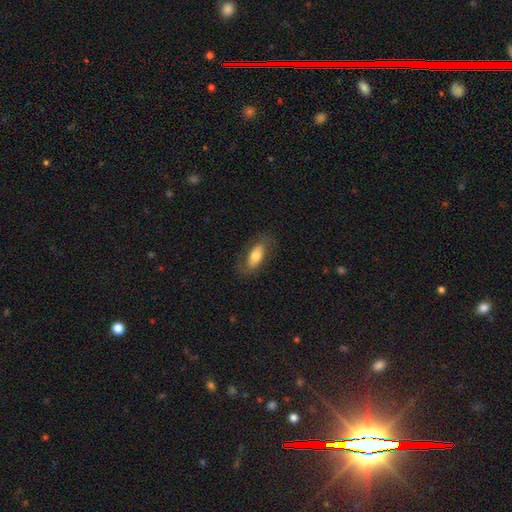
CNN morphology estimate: Q: Smooth or featured?
A: smooth (61%); runner-up: featured or disk (32%)
Q: How rounded?
A: in between (81%); runner-up: cigar-shaped (15%)
Q: Merging?
A: none (74%); runner-up: minor disturbance (17%)